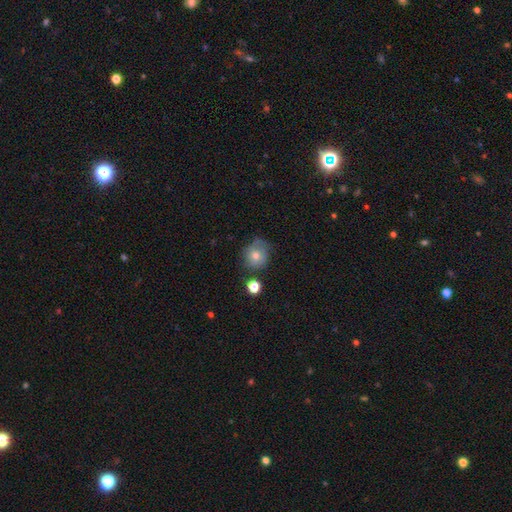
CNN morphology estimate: This is likely a smooth galaxy (62%). How rounded: clearly round (81%). Merging: likely none (60%).